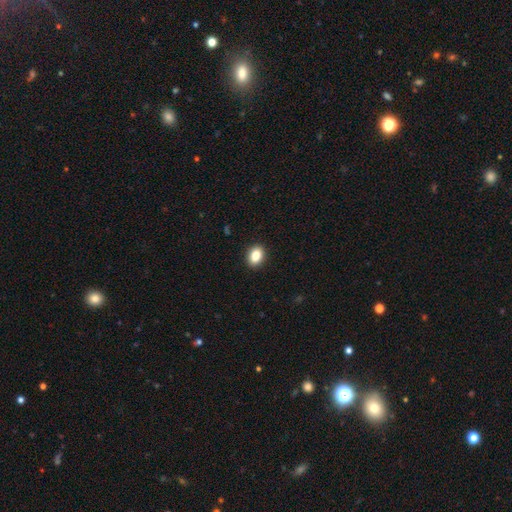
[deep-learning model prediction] Smooth or featured: smooth — 84% (star or artifact — 9%)
How rounded: in between — 66% (round — 33%)
Merging: none — 91% (minor disturbance — 6%)